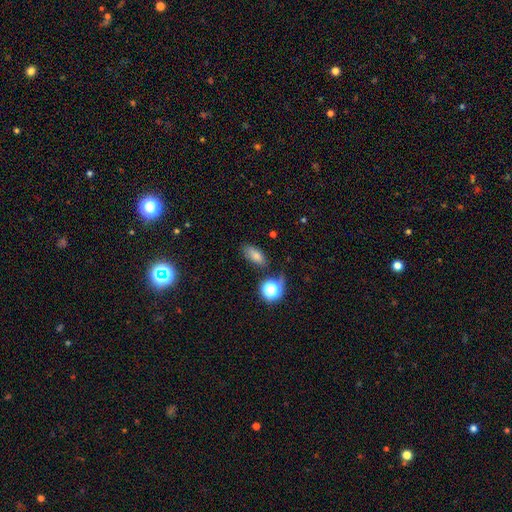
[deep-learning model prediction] The model was most divided on "merging": none: 70%, minor disturbance: 18%, major disturbance: 6%, merger: 6%. More confident: how rounded — in between (83%); smooth or featured — smooth (75%).